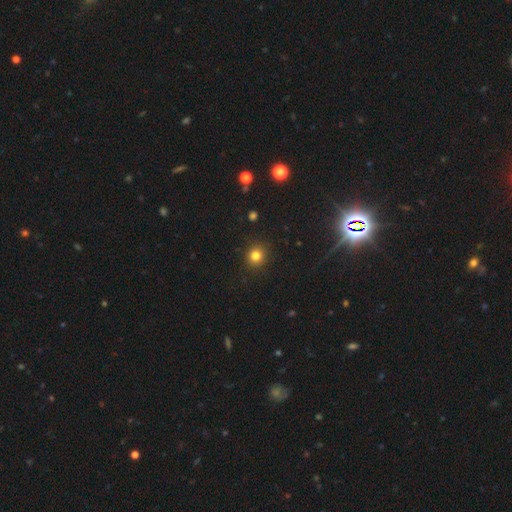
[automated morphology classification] Smooth or featured?
  - smooth: 81% *
  - star or artifact: 14%
  - featured or disk: 5%
How rounded?
  - round: 90% *
  - in between: 9%
  - cigar-shaped: 1%
Merging?
  - none: 90% *
  - minor disturbance: 6%
  - major disturbance: 2%
  - merger: 1%